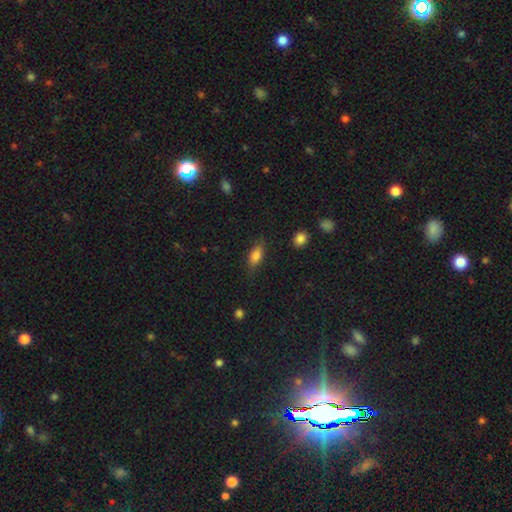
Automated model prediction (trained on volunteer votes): Morphology: type=smooth (80%); roundness=in between (82%); merging=none (76%).